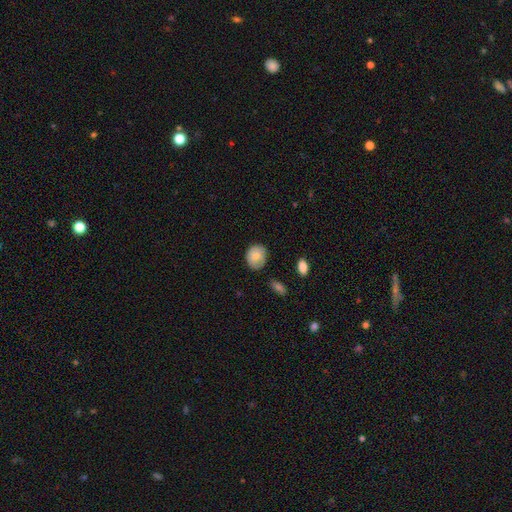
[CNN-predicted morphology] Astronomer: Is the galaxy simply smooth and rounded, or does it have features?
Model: smooth — 81%.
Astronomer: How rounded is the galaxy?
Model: round — 65%.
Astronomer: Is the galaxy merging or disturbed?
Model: none — 74%.